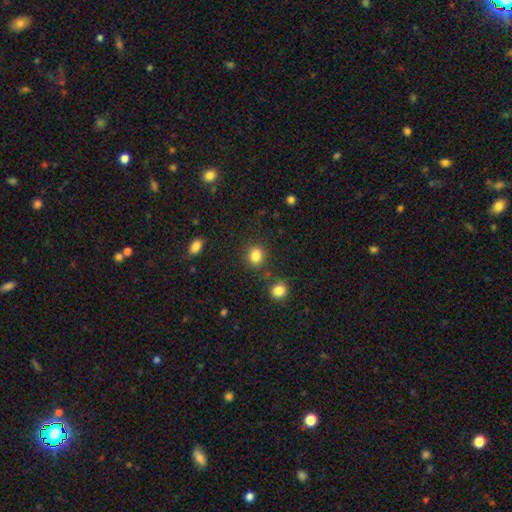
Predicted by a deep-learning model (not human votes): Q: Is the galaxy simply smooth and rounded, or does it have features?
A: smooth — 84%.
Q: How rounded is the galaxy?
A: round — 80%.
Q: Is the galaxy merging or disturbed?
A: none — 85%.